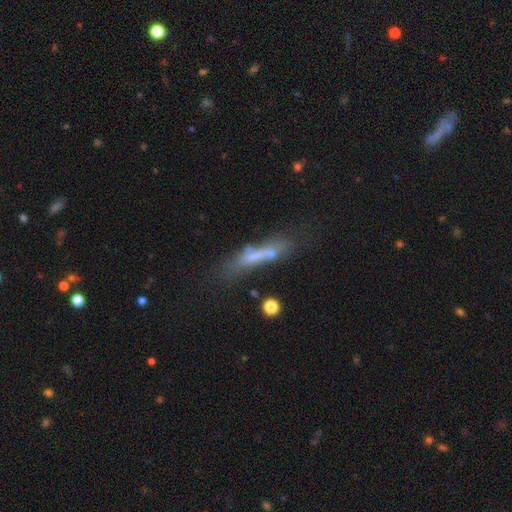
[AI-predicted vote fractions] Overall: smooth (47%; featured or disk 40%). Merging: none (42%; minor disturbance 21%).